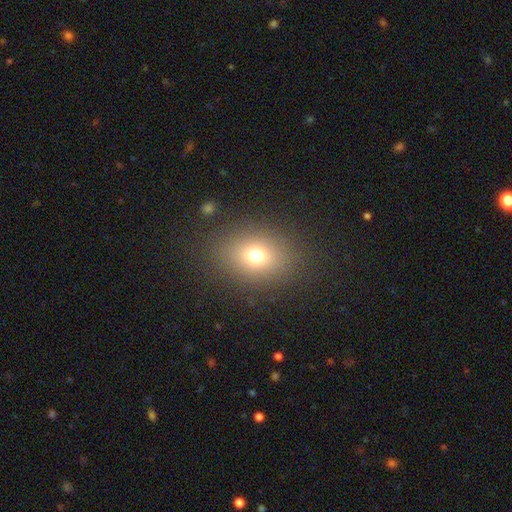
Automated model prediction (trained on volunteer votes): Smooth or featured: smooth — 72% (star or artifact — 16%)
How rounded: in between — 59% (round — 40%)
Merging: none — 85% (minor disturbance — 9%)